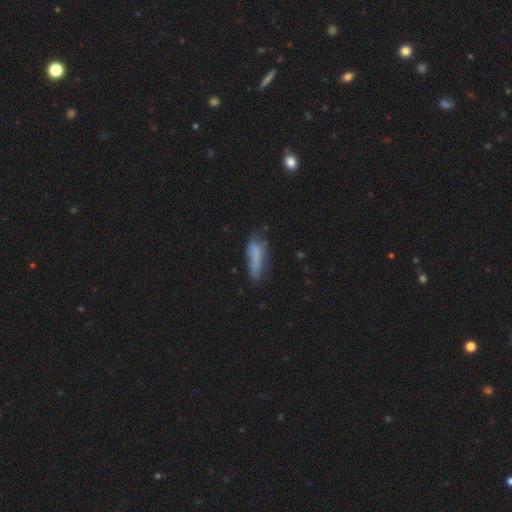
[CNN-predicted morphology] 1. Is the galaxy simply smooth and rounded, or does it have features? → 66% smooth, 24% featured or disk, 10% star or artifact.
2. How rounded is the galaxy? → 49% in between, 48% cigar-shaped, 2% round.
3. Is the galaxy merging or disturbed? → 45% none, 33% minor disturbance, 17% major disturbance, 5% merger.